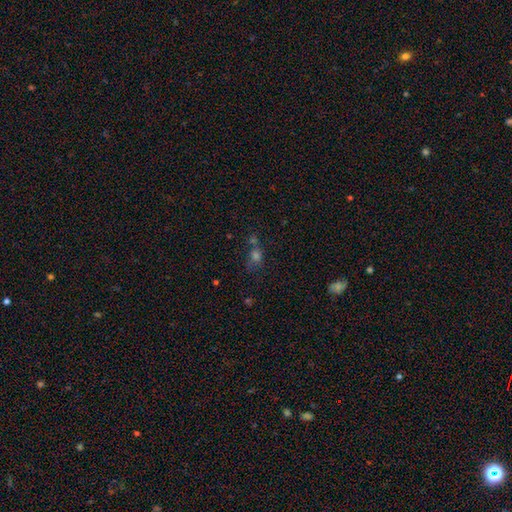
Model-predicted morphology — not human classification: Smooth or featured: smooth — 50% (star or artifact — 34%)
How rounded: round — 58% (in between — 37%)
Merging: none — 49% (merger — 26%)